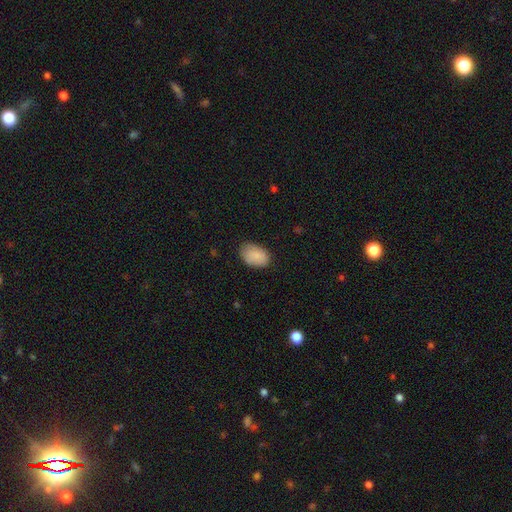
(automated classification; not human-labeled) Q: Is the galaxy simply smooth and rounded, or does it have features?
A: smooth — 86%.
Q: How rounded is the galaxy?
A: in between — 90%.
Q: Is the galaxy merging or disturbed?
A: none — 77%.